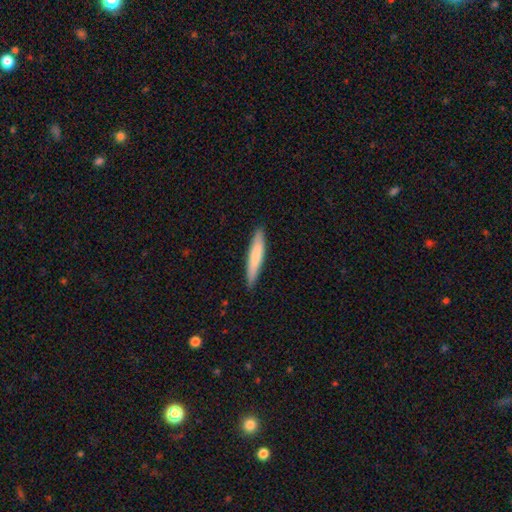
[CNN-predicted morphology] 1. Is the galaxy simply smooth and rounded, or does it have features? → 75% smooth, 20% featured or disk, 5% star or artifact.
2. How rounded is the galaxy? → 91% cigar-shaped, 8% in between, 1% round.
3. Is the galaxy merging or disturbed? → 88% none, 9% minor disturbance, 2% major disturbance, 1% merger.